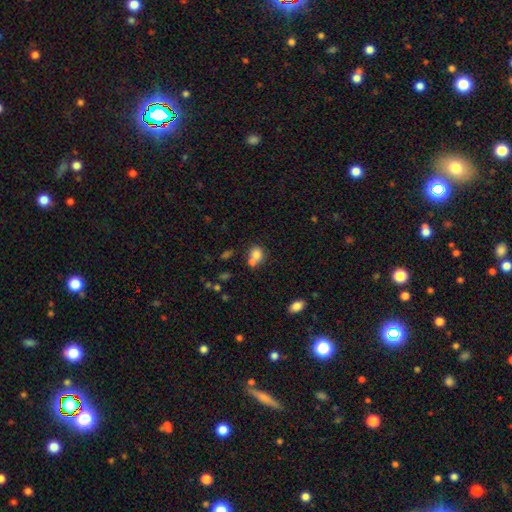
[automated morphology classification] A smooth galaxy with no disk features (77%) that is round (66%). Merging: merger (49%).